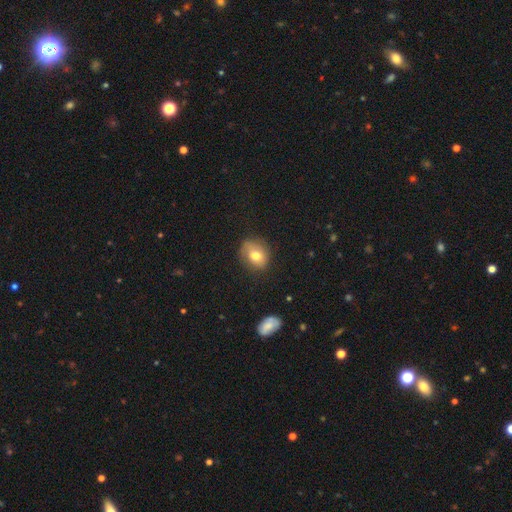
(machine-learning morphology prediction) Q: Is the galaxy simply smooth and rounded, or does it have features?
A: smooth — 73%.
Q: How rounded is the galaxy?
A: round — 54%.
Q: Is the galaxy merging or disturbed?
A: none — 70%.